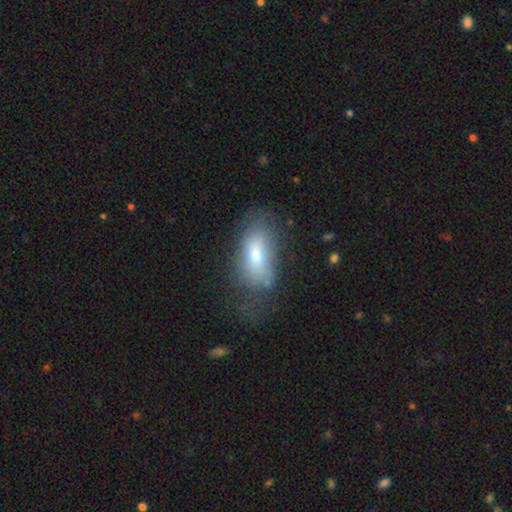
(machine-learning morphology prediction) Smooth or featured? Predicted: smooth (p=0.69). How rounded? Predicted: in between (p=0.90). Merging? Predicted: none (p=0.47).